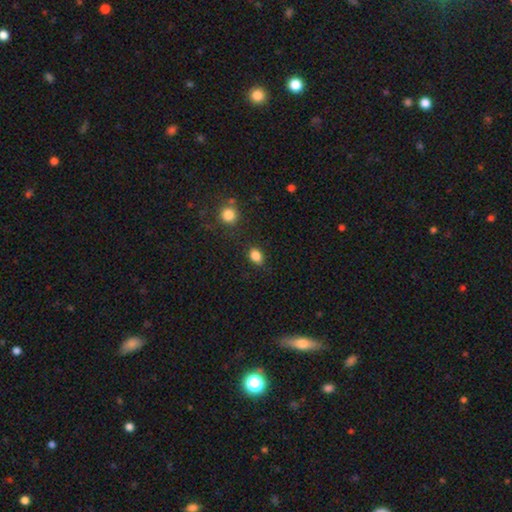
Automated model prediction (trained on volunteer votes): Morphology: type=smooth (85%); roundness=in between (75%); merging=none (83%).